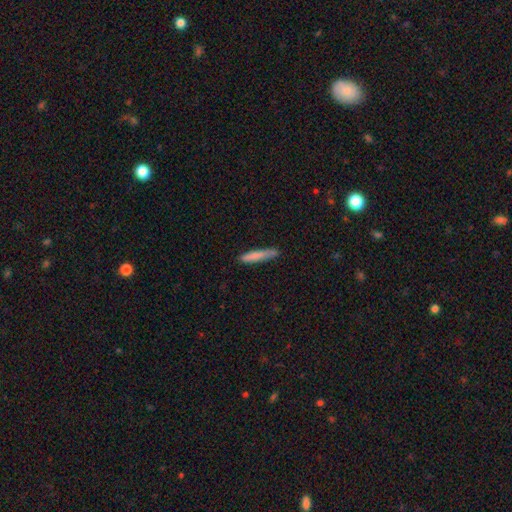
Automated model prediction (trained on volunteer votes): Q: Smooth or featured?
A: smooth (79%); runner-up: featured or disk (15%)
Q: How rounded?
A: cigar-shaped (92%); runner-up: in between (6%)
Q: Merging?
A: none (80%); runner-up: minor disturbance (15%)